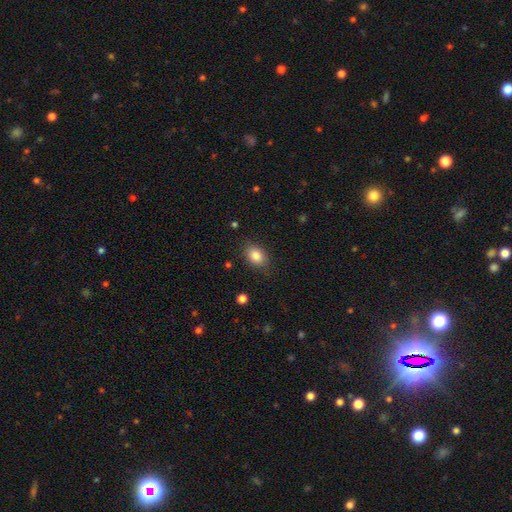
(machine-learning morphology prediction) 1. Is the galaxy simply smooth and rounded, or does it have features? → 83% smooth, 9% star or artifact, 8% featured or disk.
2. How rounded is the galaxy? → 79% in between, 19% round, 1% cigar-shaped.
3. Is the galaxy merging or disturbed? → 82% none, 13% minor disturbance, 3% major disturbance, 1% merger.